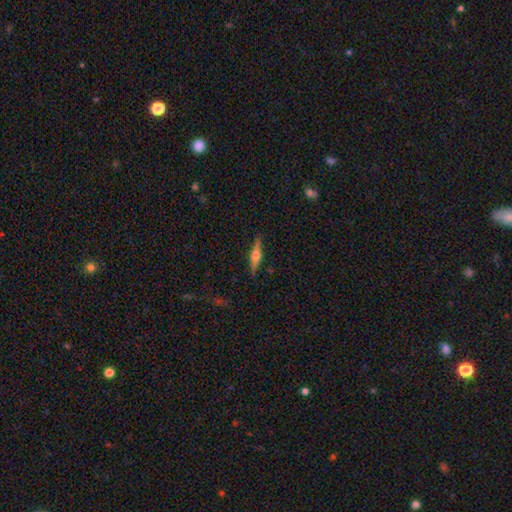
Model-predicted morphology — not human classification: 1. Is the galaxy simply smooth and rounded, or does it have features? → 64% featured or disk, 30% smooth, 7% star or artifact.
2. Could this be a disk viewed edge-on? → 97% yes, 3% no.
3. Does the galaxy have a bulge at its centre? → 87% rounded, 10% boxy, 3% none.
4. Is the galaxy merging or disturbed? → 88% none, 8% minor disturbance, 2% major disturbance, 1% merger.